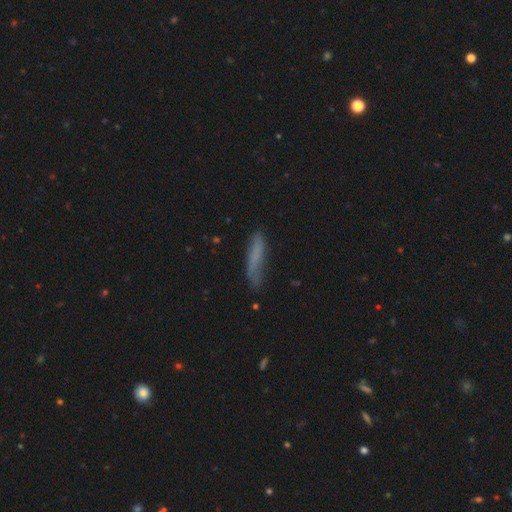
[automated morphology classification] Smooth or featured: smooth — 65% (featured or disk — 25%)
How rounded: cigar-shaped — 80% (in between — 18%)
Merging: none — 59% (minor disturbance — 28%)